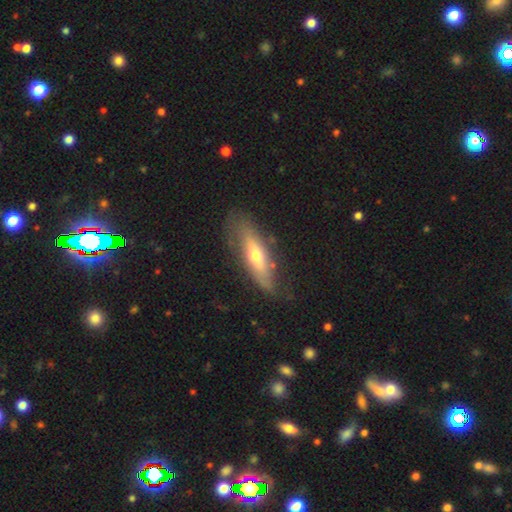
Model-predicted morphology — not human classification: Smooth or featured: featured or disk — 51% (smooth — 43%)
Edge-on disk: yes — 59% (no — 41%)
Merging: none — 72% (minor disturbance — 19%)